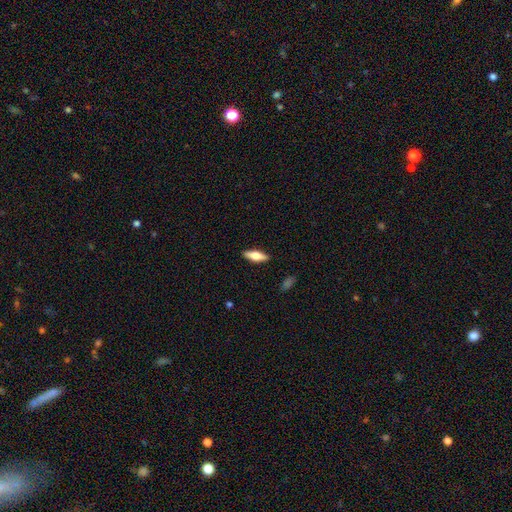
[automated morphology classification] Smooth or featured: smooth — 56% (featured or disk — 37%)
How rounded: in between — 56% (cigar-shaped — 41%)
Merging: none — 89% (minor disturbance — 8%)